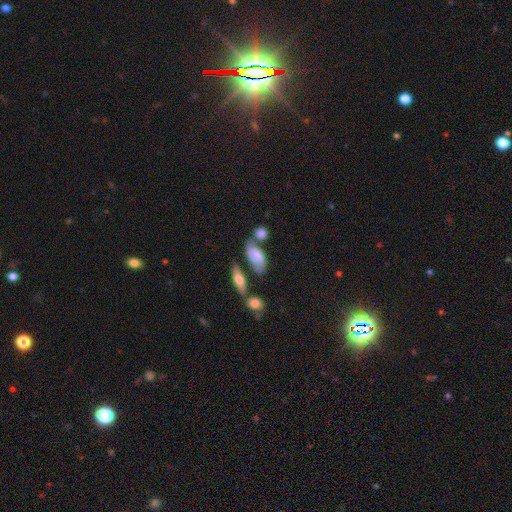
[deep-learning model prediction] Morphology: type=smooth (65%); roundness=in between (84%); merging=none (41%).